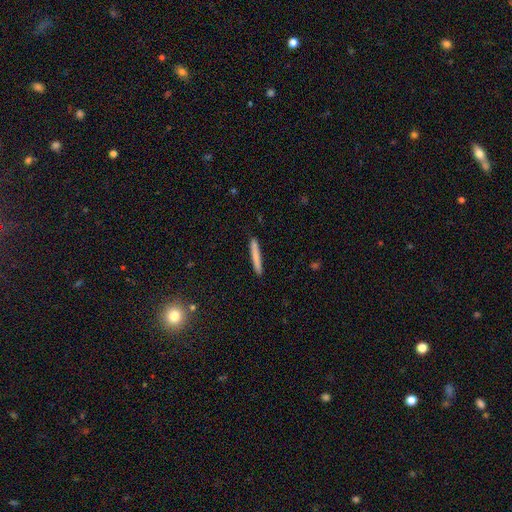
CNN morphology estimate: smooth 77%, featured or disk 16%, star or artifact 6%. Down the decision tree: how rounded — cigar-shaped (96%); merging — none (91%).